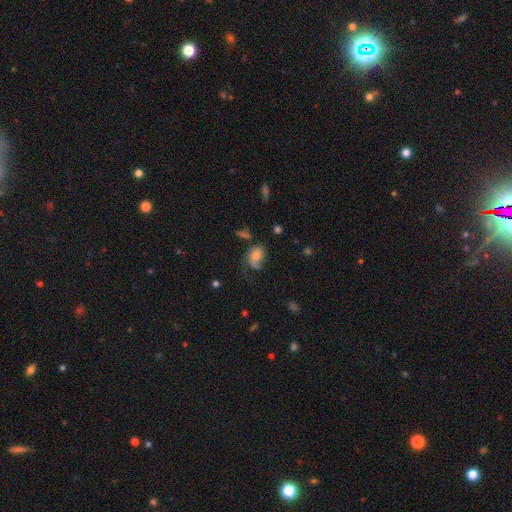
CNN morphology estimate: This appears to be a smooth galaxy with no disk features (46%). Merging: none (42%).